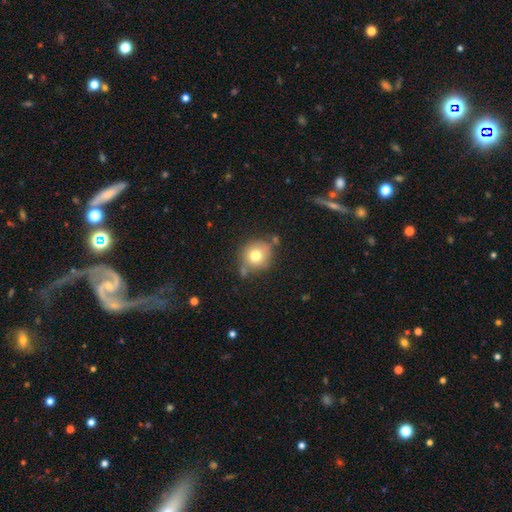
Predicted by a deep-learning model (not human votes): A smooth galaxy with no disk features (74%) that is round (88%). Merging: none (68%).